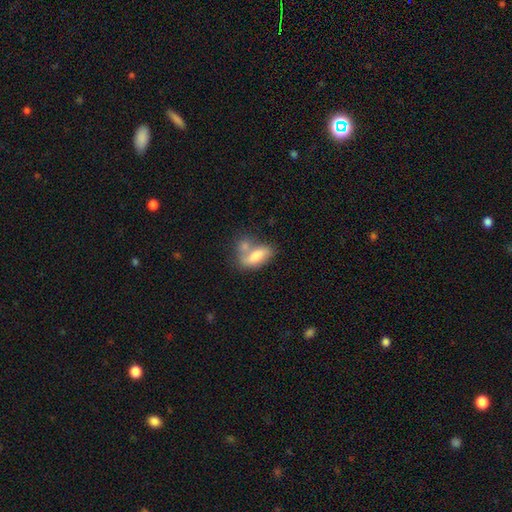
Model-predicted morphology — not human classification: A smooth galaxy with no disk features (71%) that is in between round and cigar-shaped (83%). Merging: merger (43%).